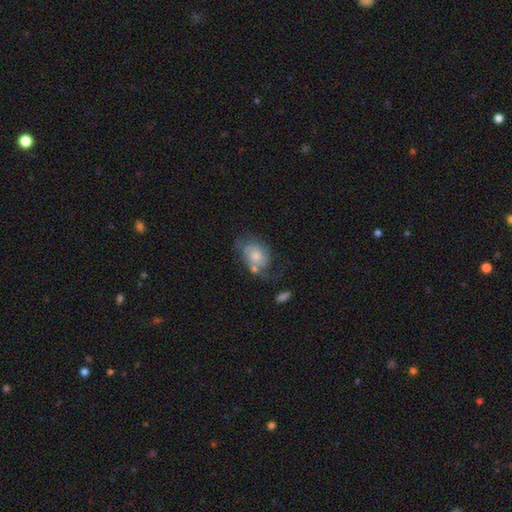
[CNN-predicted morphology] smooth-or-featured: featured or disk: 49% | smooth: 43% | star or artifact: 8%
  merging: none: 37% | major disturbance: 27% | minor disturbance: 23% | merger: 12%